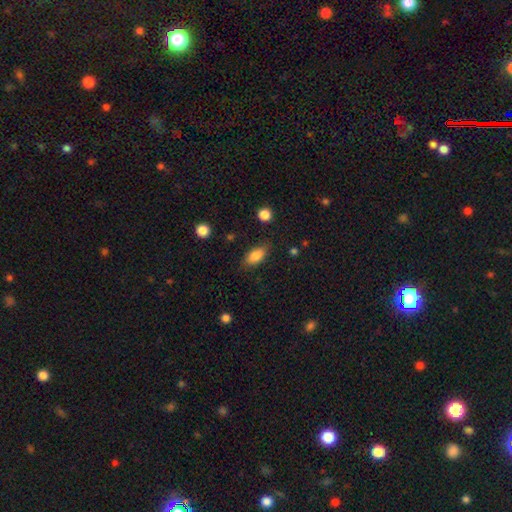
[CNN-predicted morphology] Overall: smooth (83%). How rounded: in between (87%). Merging: none (78%).